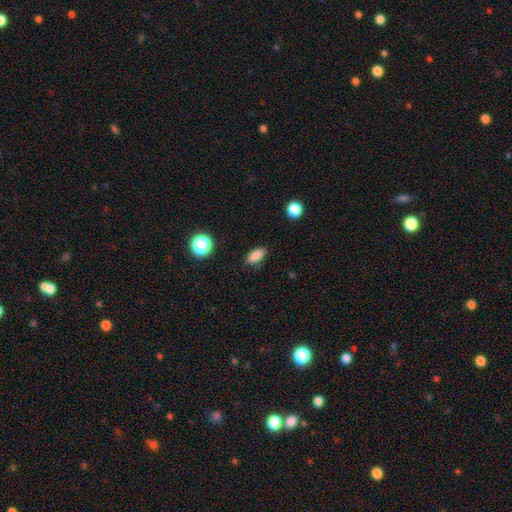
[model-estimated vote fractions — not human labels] Morphology: type=smooth (85%); roundness=in between (86%); merging=none (85%).